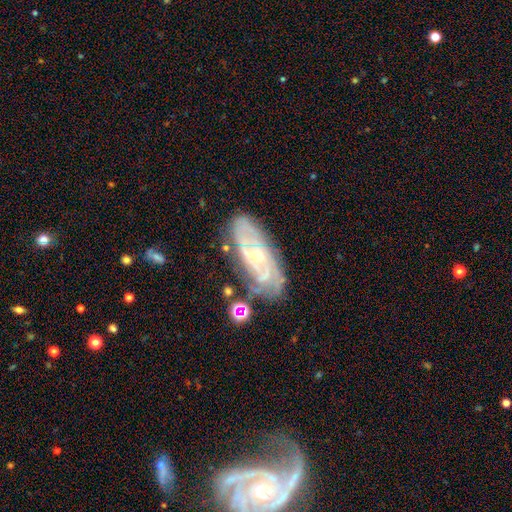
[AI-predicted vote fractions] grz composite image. It shows a featured or disk galaxy (81%) with no bar (61%), tight (62%) spiral arms (91%) and a small central bulge (64%). Merging: none (68%).